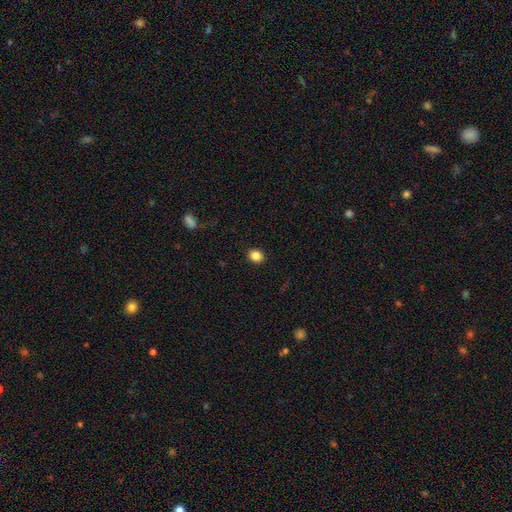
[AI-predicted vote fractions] Smooth or featured? Predicted: smooth (p=0.86). How rounded? Predicted: round (p=0.68). Merging? Predicted: none (p=0.91).